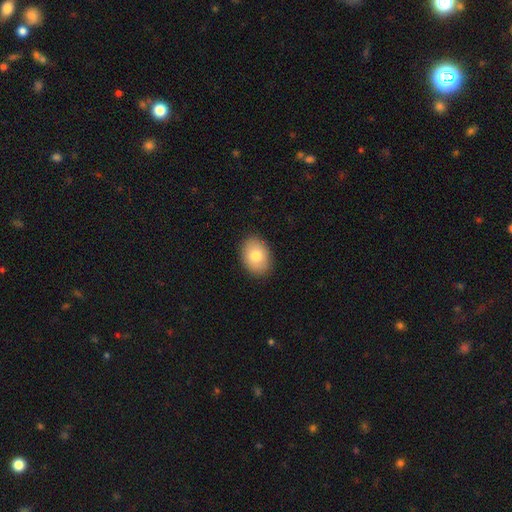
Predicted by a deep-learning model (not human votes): Smooth or featured: smooth — 81% (featured or disk — 12%)
How rounded: in between — 79% (round — 20%)
Merging: none — 88% (minor disturbance — 9%)